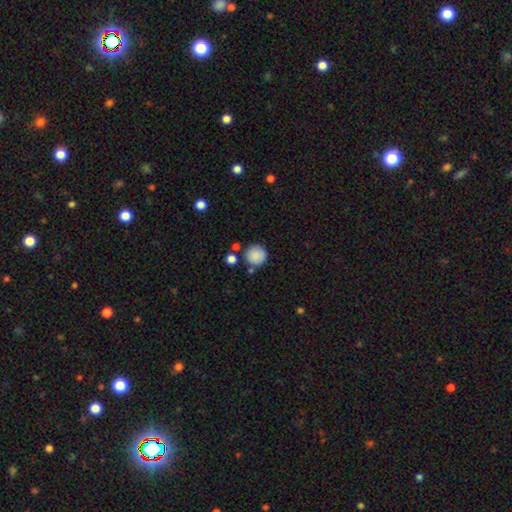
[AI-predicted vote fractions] Smooth or featured: smooth — 87% (star or artifact — 9%)
How rounded: round — 94% (in between — 5%)
Merging: none — 78% (minor disturbance — 10%)